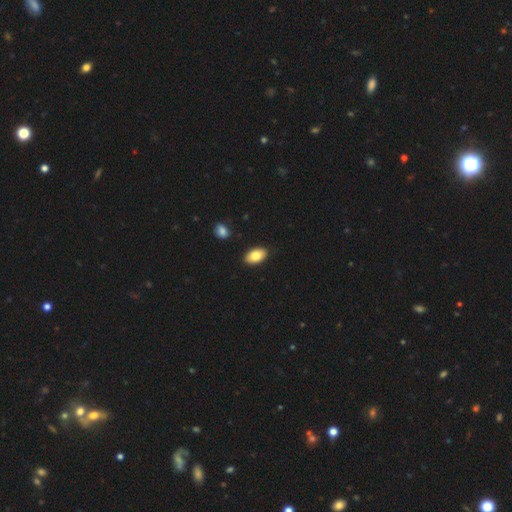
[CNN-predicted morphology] This is clearly a smooth galaxy (83%). How rounded: clearly in between (93%). Merging: clearly none (89%).